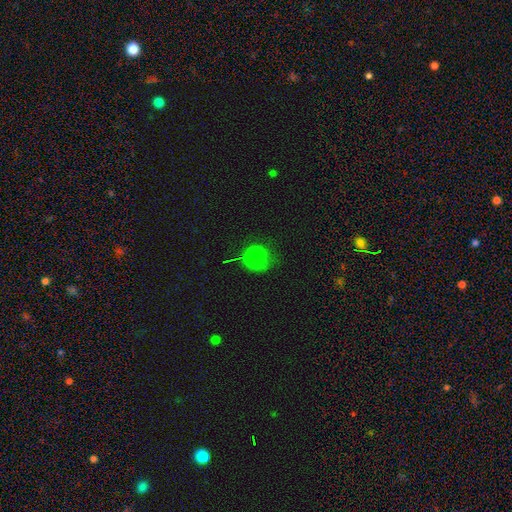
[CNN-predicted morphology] smooth-or-featured: smooth: 72% | star or artifact: 19% | featured or disk: 10%
  how-rounded: round: 84% | in between: 15% | cigar-shaped: 1%
  merging: none: 56% | minor disturbance: 28% | major disturbance: 14% | merger: 3%